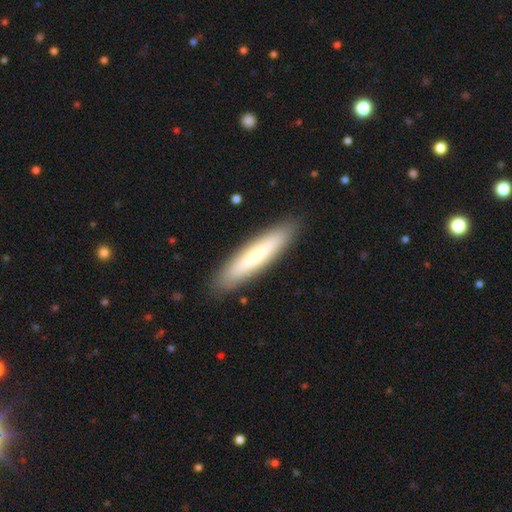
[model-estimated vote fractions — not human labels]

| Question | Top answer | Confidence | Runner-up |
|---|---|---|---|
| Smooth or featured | smooth | 71% | featured or disk (23%) |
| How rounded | cigar-shaped | 85% | in between (13%) |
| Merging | none | 90% | minor disturbance (7%) |